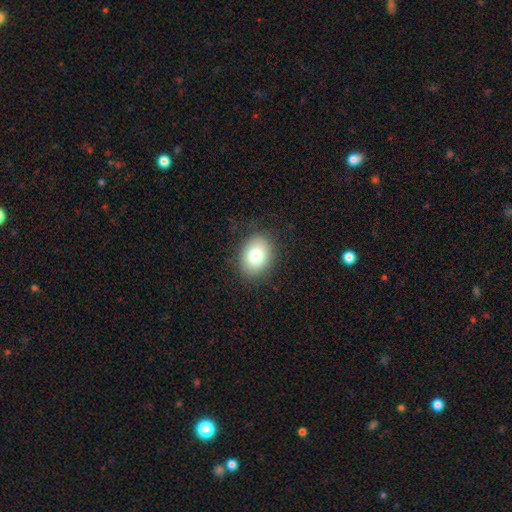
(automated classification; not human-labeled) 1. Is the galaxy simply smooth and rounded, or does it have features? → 77% smooth, 12% featured or disk, 10% star or artifact.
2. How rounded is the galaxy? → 60% in between, 39% round, 1% cigar-shaped.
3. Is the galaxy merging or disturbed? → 84% none, 11% minor disturbance, 4% major disturbance, 1% merger.